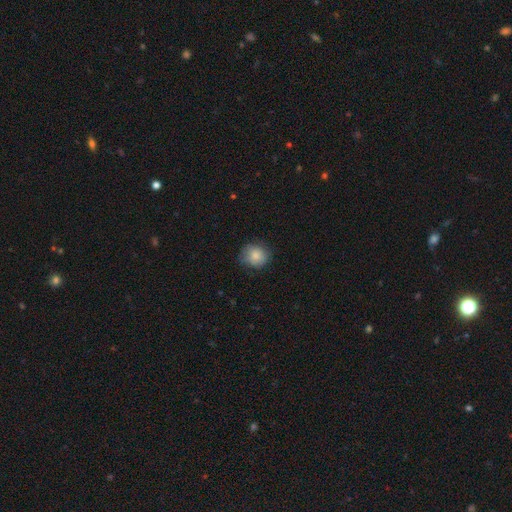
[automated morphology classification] smooth 84%, star or artifact 8%, featured or disk 8%. Down the decision tree: how rounded — round (85%); merging — none (77%).